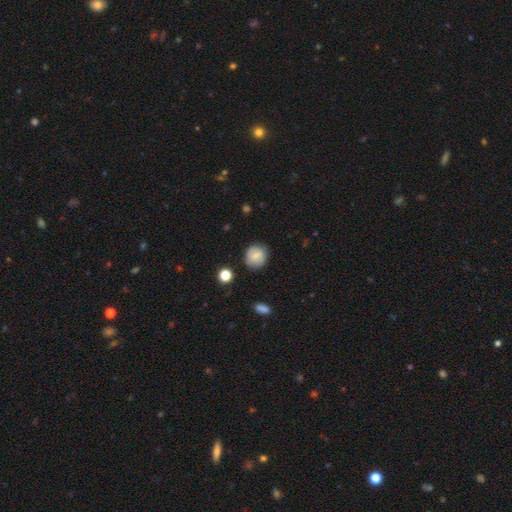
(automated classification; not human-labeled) Smooth or featured? Predicted: smooth (p=0.78). How rounded? Predicted: round (p=0.86). Merging? Predicted: none (p=0.81).